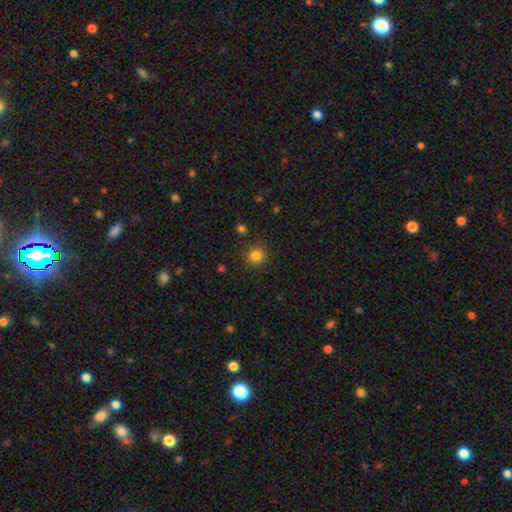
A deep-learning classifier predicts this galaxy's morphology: smooth 83%, star or artifact 13%, featured or disk 5%. Down the decision tree: how rounded — round (92%); merging — none (88%).